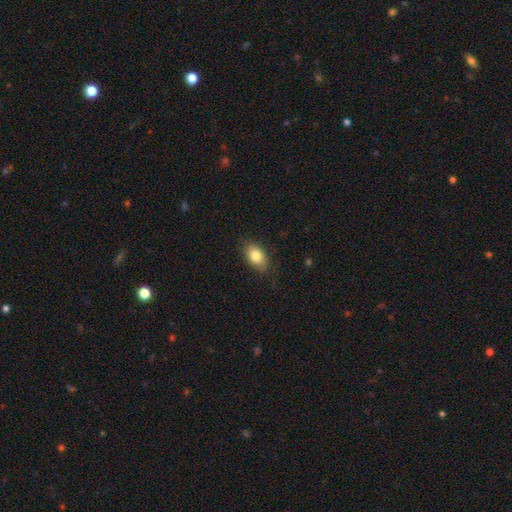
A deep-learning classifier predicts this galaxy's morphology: This appears to be a smooth galaxy with no disk features (83%) that is in between round and cigar-shaped (89%). Merging: none (85%).